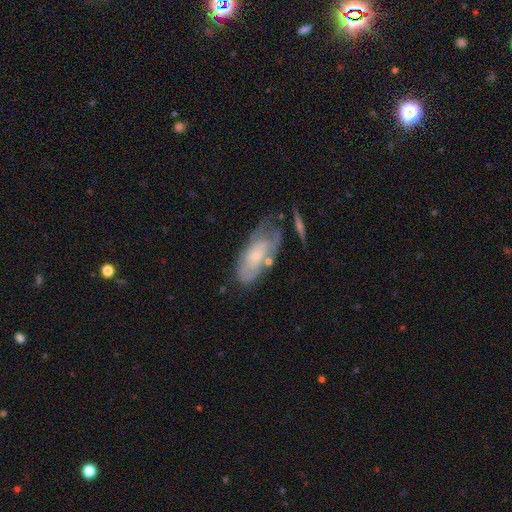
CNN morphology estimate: Smooth or featured?
  - featured or disk: 50% *
  - smooth: 42%
  - star or artifact: 8%
Edge-on disk?
  - no: 87% *
  - yes: 13%
Merging?
  - none: 41% *
  - minor disturbance: 29%
  - major disturbance: 18%
  - merger: 12%